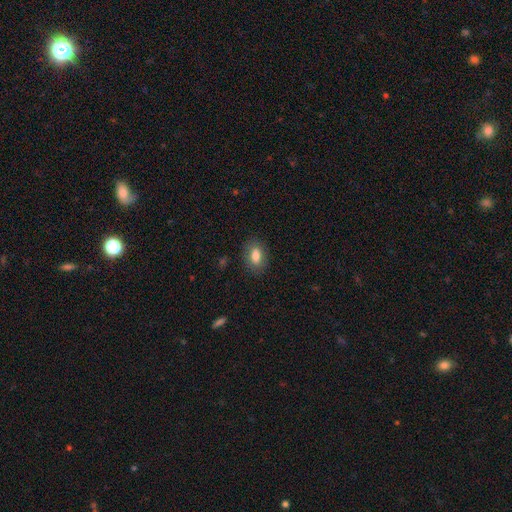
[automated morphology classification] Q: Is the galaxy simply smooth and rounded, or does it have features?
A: smooth — 82%.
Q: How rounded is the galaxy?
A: in between — 87%.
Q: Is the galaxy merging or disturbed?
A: none — 85%.